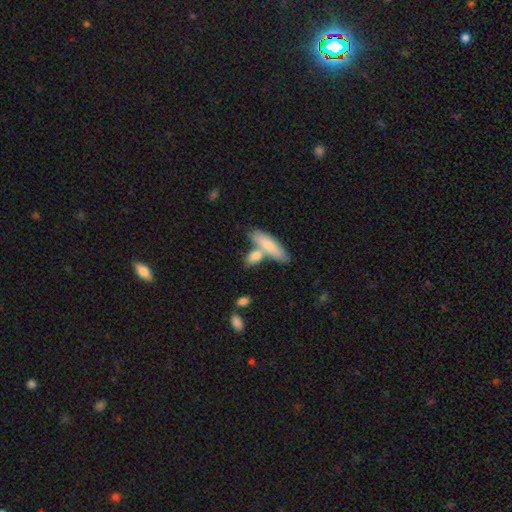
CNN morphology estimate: smooth-or-featured: smooth: 80% | featured or disk: 14% | star or artifact: 6%
  how-rounded: in between: 53% | cigar-shaped: 40% | round: 7%
  merging: none: 53% | merger: 31% | minor disturbance: 12% | major disturbance: 4%